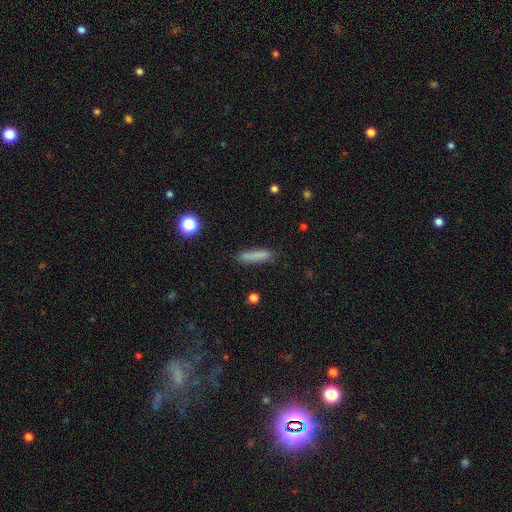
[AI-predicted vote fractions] A smooth galaxy with no disk features (81%) that is cigar-shaped (85%).

Vote fractions:
- Smooth or featured? smooth: 81% / featured or disk: 10% / star or artifact: 9%
- How rounded? cigar-shaped: 85% / in between: 13% / round: 2%
- Merging? none: 83% / minor disturbance: 12% / major disturbance: 3% / merger: 2%